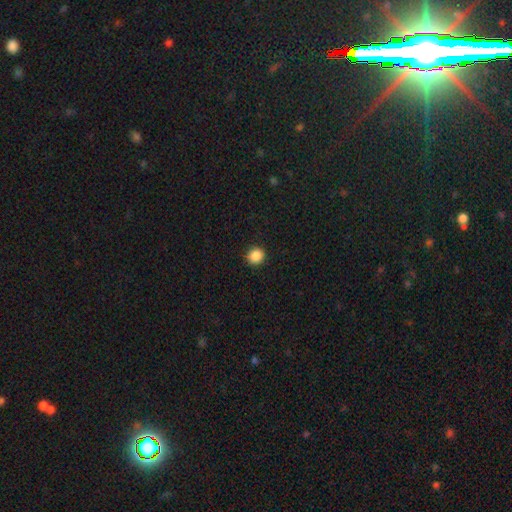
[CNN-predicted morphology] Smooth or featured? smooth (88%)
How rounded? round (88%)
Merging? none (92%)